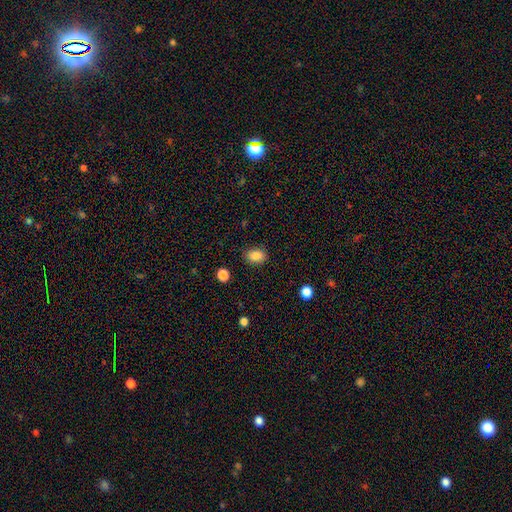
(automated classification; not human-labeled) smooth 86%, star or artifact 9%, featured or disk 5%. Down the decision tree: how rounded — in between (77%); merging — none (86%).